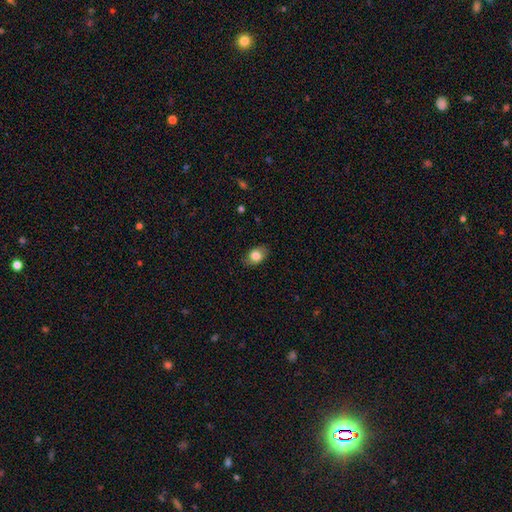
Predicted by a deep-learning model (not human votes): A smooth galaxy with no disk features (82%) that is in between round and cigar-shaped (79%).

Vote fractions:
- Smooth or featured? smooth: 82% / featured or disk: 10% / star or artifact: 8%
- How rounded? in between: 79% / round: 20% / cigar-shaped: 1%
- Merging? none: 84% / minor disturbance: 13% / major disturbance: 3% / merger: 1%